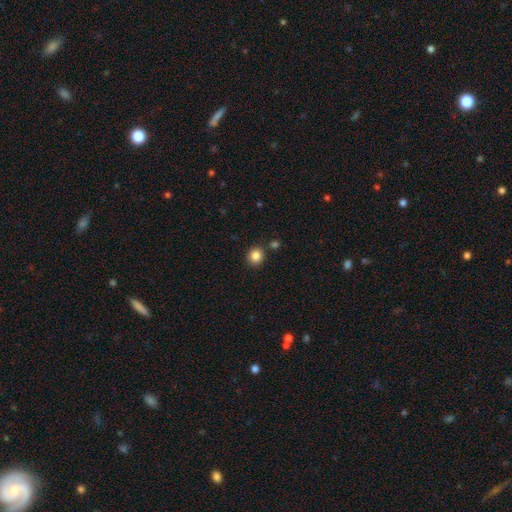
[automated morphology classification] smooth_or_featured: smooth (p=0.85) [alt: star or artifact p=0.10]
how_rounded: round (p=0.86) [alt: in between p=0.13]
merging: none (p=0.85) [alt: minor disturbance p=0.08]